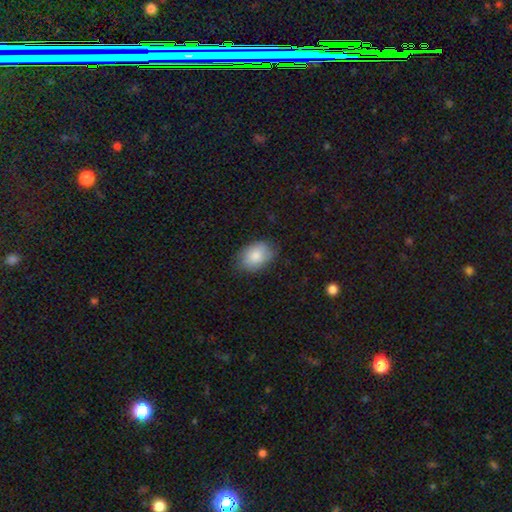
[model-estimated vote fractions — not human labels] Overall: smooth (85%). How rounded: in between (83%). Merging: none (77%).